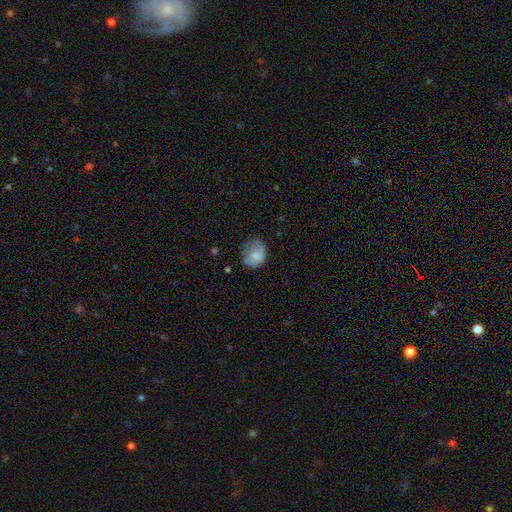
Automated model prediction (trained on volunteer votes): This appears to be a smooth galaxy with no disk features (70%) that is round (53%). Merging: none (48%).